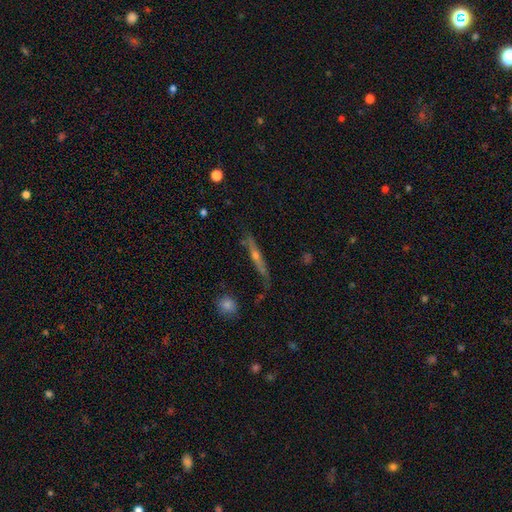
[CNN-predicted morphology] Smooth or featured? featured or disk (66%)
Edge-on disk? yes (91%)
Edge-on bulge? rounded (77%)
Merging? none (72%)